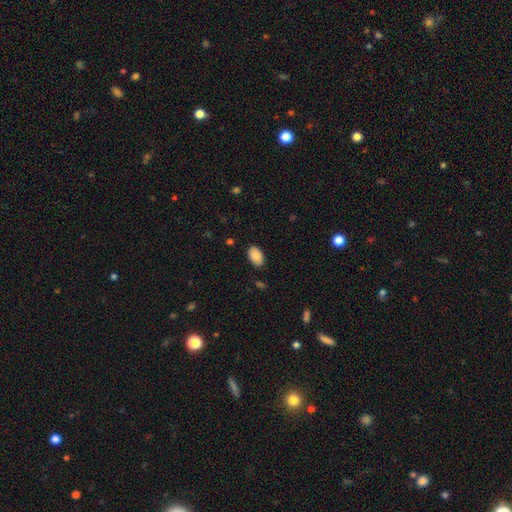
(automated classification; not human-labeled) A smooth galaxy with no disk features (88%) that is in between round and cigar-shaped (92%). Merging: none (87%).